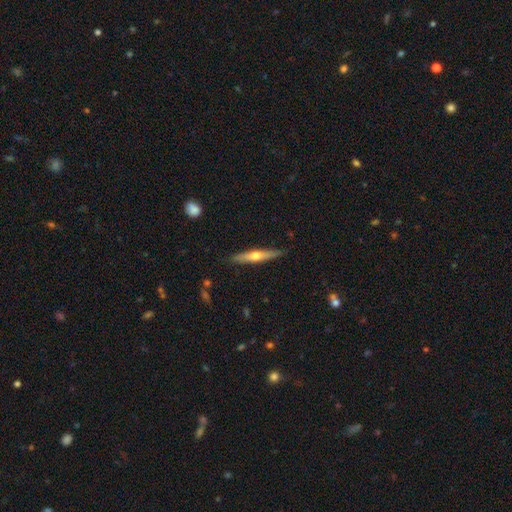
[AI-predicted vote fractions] Q: Smooth or featured?
A: featured or disk (52%); runner-up: smooth (42%)
Q: Edge-on disk?
A: yes (94%); runner-up: no (6%)
Q: Merging?
A: none (86%); runner-up: minor disturbance (11%)